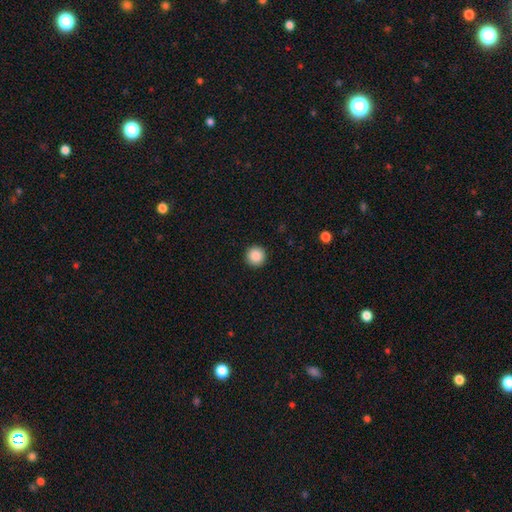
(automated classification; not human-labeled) A smooth galaxy with no disk features (88%) that is round (96%). Merging: none (93%).